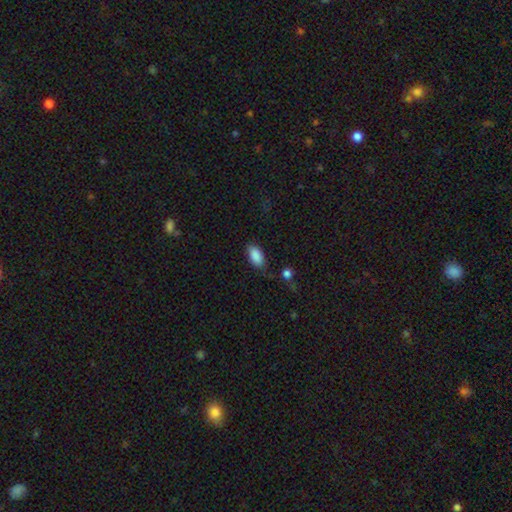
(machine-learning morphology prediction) Smooth or featured? Predicted: smooth (p=0.89). How rounded? Predicted: in between (p=0.93). Merging? Predicted: none (p=0.79).